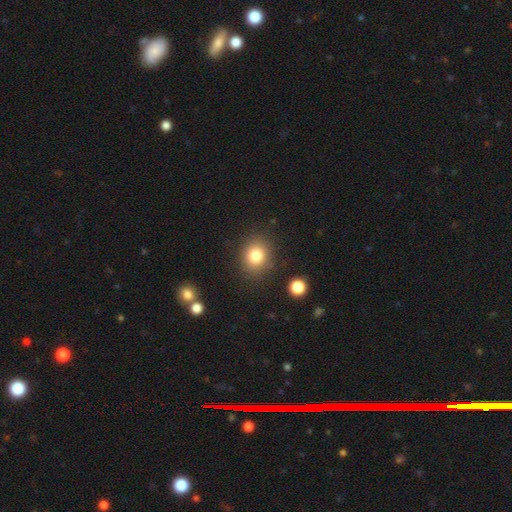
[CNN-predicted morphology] smooth 81%, star or artifact 11%, featured or disk 8%. Down the decision tree: how rounded — round (67%); merging — none (84%).